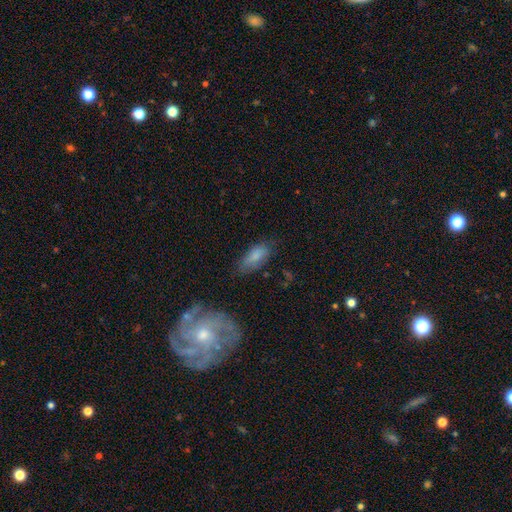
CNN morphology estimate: A smooth galaxy with no disk features (79%) that is in between round and cigar-shaped (83%).

Vote fractions:
- Smooth or featured? smooth: 79% / featured or disk: 13% / star or artifact: 8%
- How rounded? in between: 83% / cigar-shaped: 15% / round: 3%
- Merging? none: 62% / minor disturbance: 26% / major disturbance: 8% / merger: 3%